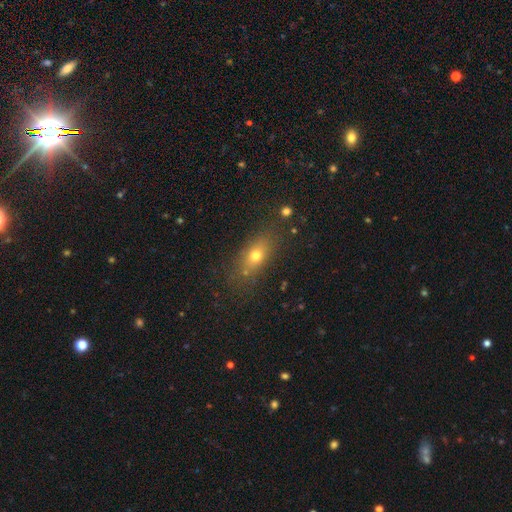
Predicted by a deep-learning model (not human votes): The model was most divided on "smooth or featured": smooth: 67%, featured or disk: 18%, star or artifact: 15%. More confident: merging — none (77%); how rounded — in between (66%).